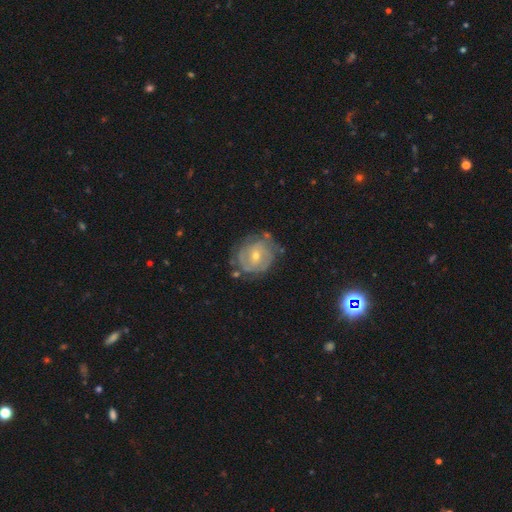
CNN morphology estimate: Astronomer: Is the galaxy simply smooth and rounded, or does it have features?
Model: featured or disk — 77%.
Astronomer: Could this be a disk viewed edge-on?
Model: no — 97%.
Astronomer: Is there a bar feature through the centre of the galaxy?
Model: no — 51% (runner-up: weak, 40%).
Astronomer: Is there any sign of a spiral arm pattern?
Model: yes — 88%.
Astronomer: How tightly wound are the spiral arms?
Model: tight — 68%.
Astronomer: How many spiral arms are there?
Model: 2 — 42% (runner-up: can't tell, 35%).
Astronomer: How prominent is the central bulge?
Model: small — 50% (runner-up: moderate, 47%).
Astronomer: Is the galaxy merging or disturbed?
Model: none — 72%.